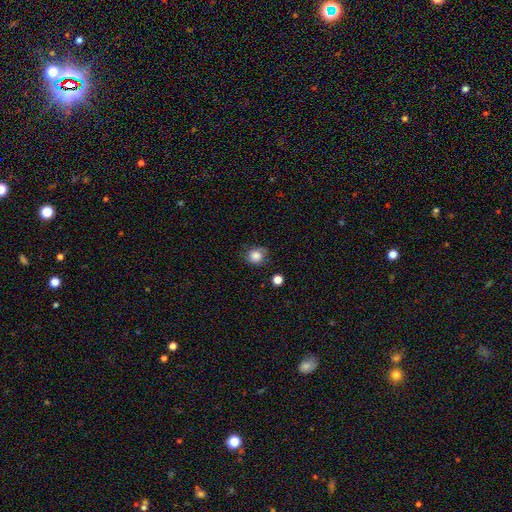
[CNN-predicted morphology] Q: Smooth or featured?
A: smooth (83%); runner-up: star or artifact (10%)
Q: How rounded?
A: round (75%); runner-up: in between (24%)
Q: Merging?
A: none (70%); runner-up: minor disturbance (22%)